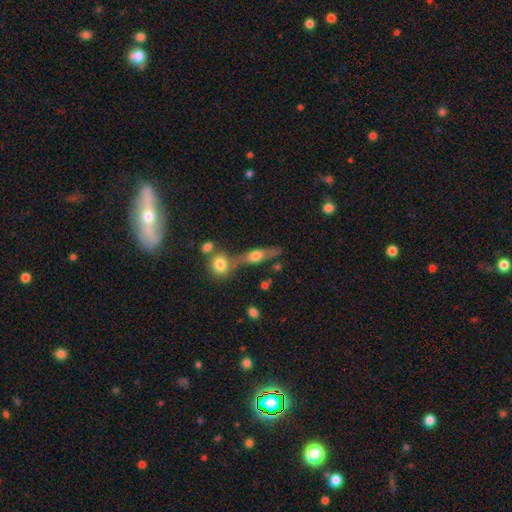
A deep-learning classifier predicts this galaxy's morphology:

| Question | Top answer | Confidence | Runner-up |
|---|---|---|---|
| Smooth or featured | featured or disk | 47% | smooth (44%) |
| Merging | none | 57% | merger (23%) |